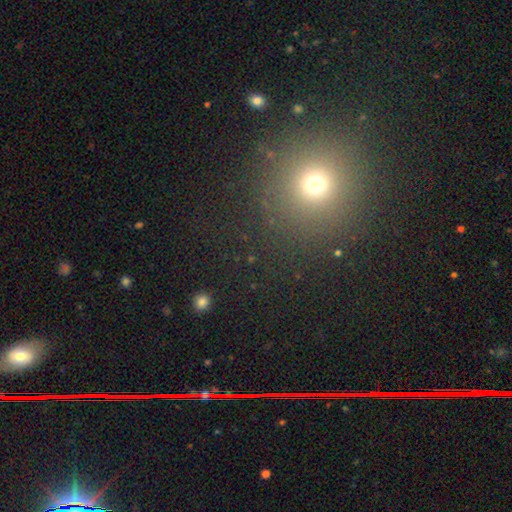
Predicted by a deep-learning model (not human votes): smooth 53%, star or artifact 38%, featured or disk 8%. Down the decision tree: how rounded — round (89%); merging — none (89%).